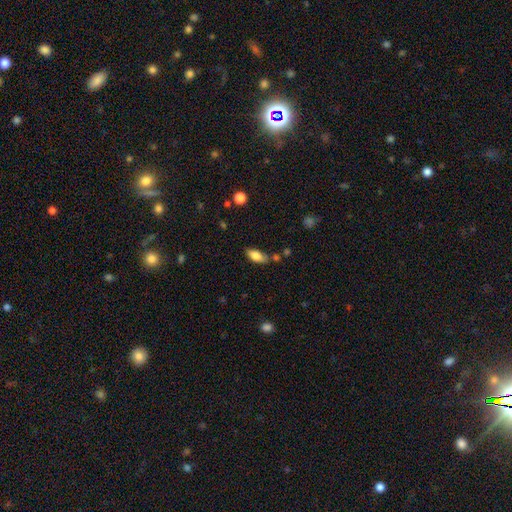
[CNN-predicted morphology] Smooth or featured? Predicted: smooth (p=0.81). How rounded? Predicted: in between (p=0.86). Merging? Predicted: none (p=0.65).